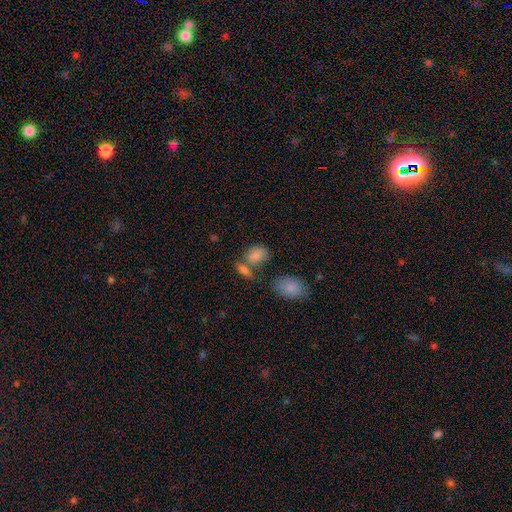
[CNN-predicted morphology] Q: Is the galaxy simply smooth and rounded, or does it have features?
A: smooth — 82%.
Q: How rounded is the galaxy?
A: in between — 82%.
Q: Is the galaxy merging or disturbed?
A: none — 49%.